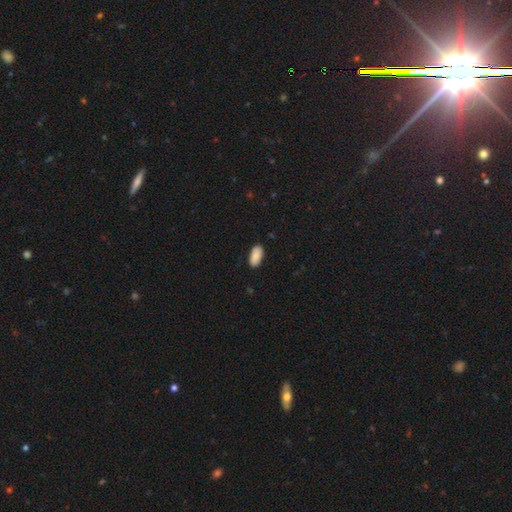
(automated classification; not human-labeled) A smooth galaxy with no disk features (89%) that is in between round and cigar-shaped (94%). Merging: none (87%).